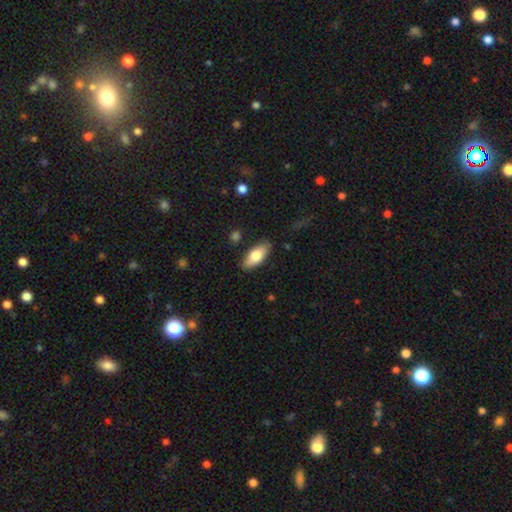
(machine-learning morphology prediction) Q: Smooth or featured?
A: smooth (75%); runner-up: featured or disk (19%)
Q: How rounded?
A: in between (83%); runner-up: cigar-shaped (14%)
Q: Merging?
A: none (85%); runner-up: minor disturbance (11%)